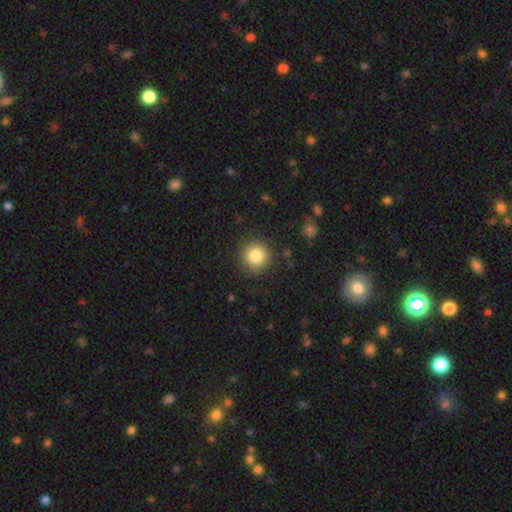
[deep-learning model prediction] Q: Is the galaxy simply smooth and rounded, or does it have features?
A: smooth — 83%.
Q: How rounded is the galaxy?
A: round — 94%.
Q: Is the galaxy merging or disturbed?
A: none — 88%.